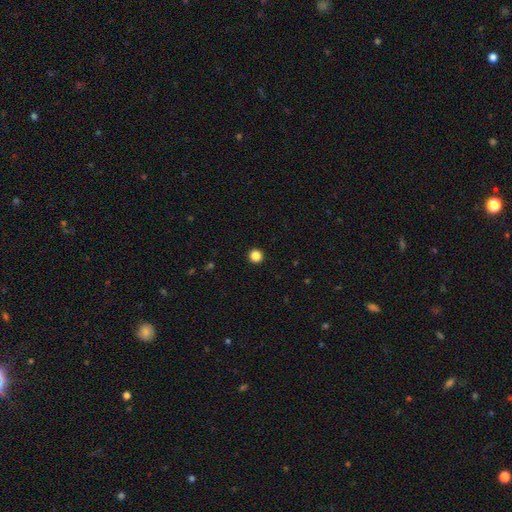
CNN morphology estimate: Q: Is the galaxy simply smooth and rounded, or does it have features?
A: smooth — 86%.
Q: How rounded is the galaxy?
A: round — 94%.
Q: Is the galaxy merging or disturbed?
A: none — 94%.